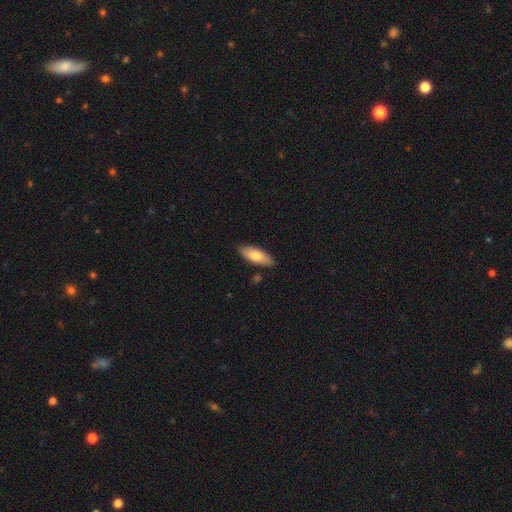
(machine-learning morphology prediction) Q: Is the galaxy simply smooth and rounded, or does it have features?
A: smooth — 77%.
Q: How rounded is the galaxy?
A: in between — 73%.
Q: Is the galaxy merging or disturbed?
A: none — 85%.